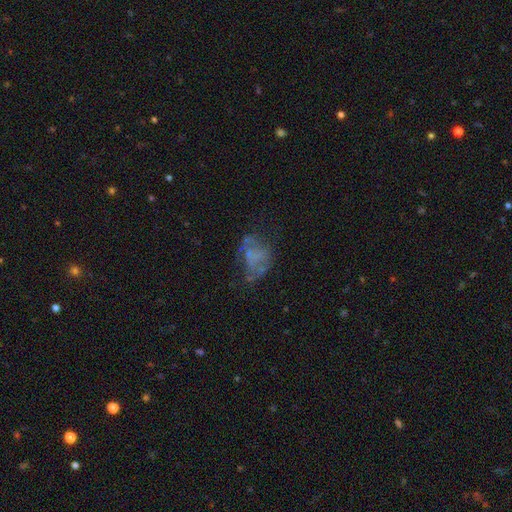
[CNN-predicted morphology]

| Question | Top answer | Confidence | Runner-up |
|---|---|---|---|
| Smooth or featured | featured or disk | 52% | smooth (30%) |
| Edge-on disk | no | 98% | yes (2%) |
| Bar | no | 86% | weak (11%) |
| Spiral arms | no | 77% | yes (23%) |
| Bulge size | none | 76% | small (14%) |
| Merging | none | 41% | major disturbance (33%) |